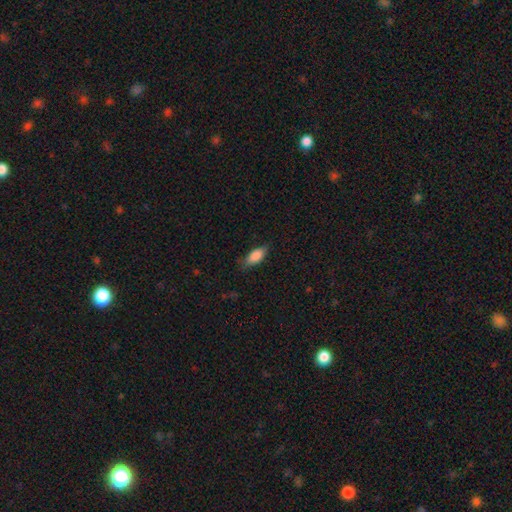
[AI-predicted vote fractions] smooth 85%, featured or disk 8%, star or artifact 6%. Down the decision tree: how rounded — in between (85%); merging — none (76%).